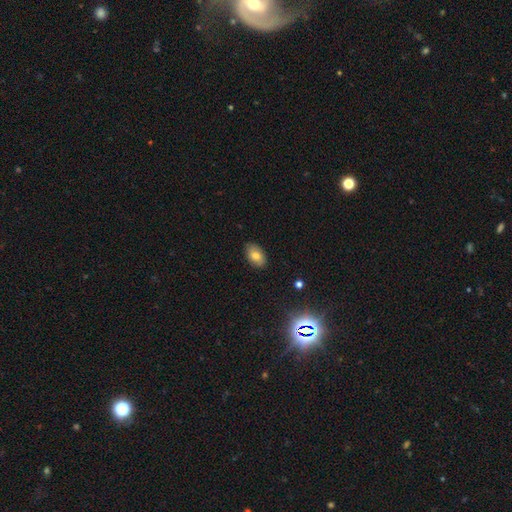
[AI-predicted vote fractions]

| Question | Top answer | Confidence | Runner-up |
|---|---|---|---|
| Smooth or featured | smooth | 77% | featured or disk (13%) |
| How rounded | in between | 90% | round (9%) |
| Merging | none | 84% | minor disturbance (12%) |